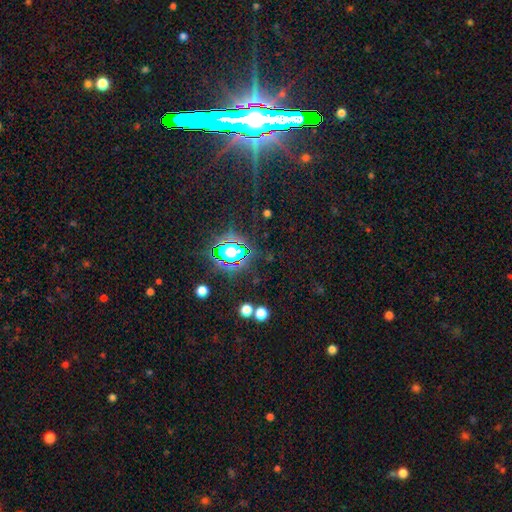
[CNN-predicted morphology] Smooth or featured: star or artifact — 82% (featured or disk — 9%)